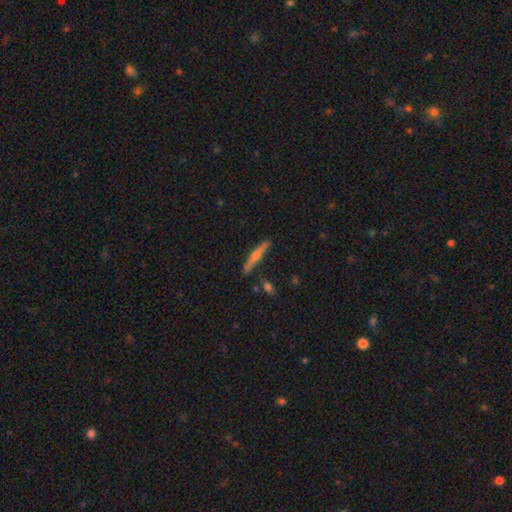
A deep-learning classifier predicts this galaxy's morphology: A featured or disk galaxy (62%) viewed edge-on (97%) with a rounded central bulge (81%). Merging: none (85%).